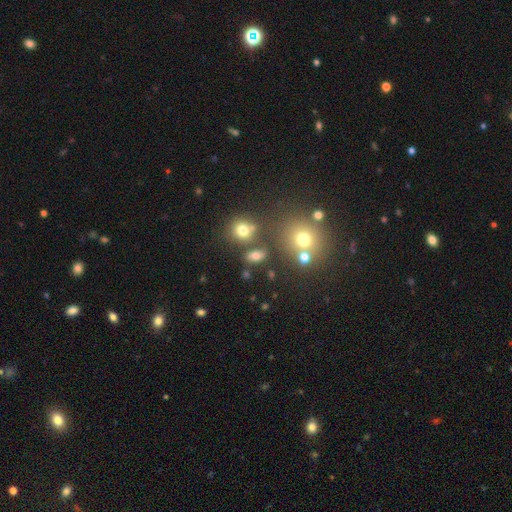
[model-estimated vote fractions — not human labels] A smooth galaxy with no disk features (69%) that is in between round and cigar-shaped (65%). Merging: none (71%).